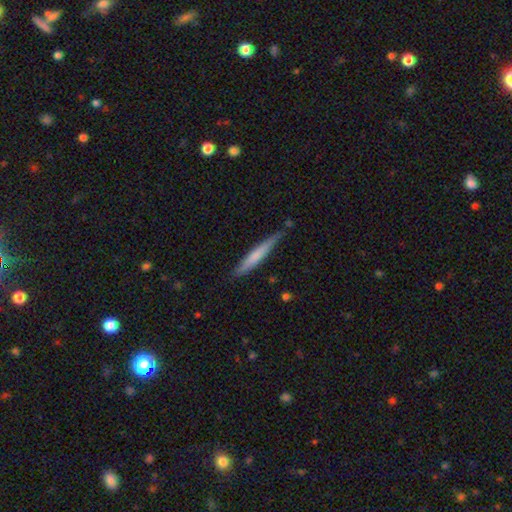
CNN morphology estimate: The model was most divided on "smooth or featured": smooth: 62%, featured or disk: 33%, star or artifact: 5%. More confident: how rounded — cigar-shaped (95%); merging — none (77%).